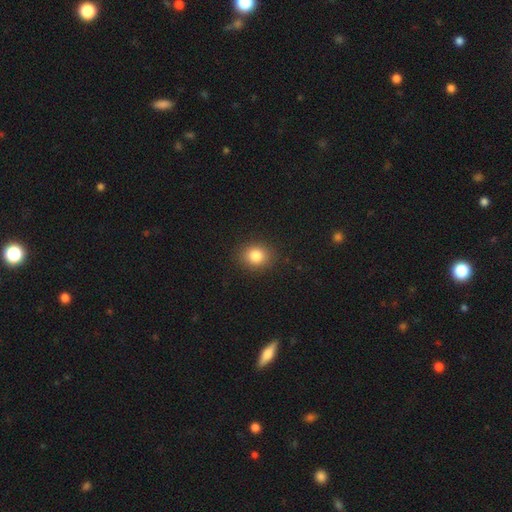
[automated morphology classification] The model was most divided on "how rounded": round: 64%, in between: 35%, cigar-shaped: 1%. More confident: merging — none (89%); smooth or featured — smooth (83%).